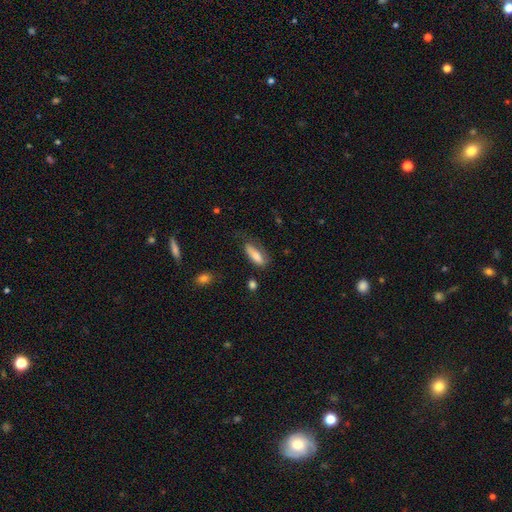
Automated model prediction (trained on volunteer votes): This appears to be a smooth galaxy with no disk features (77%) that is in between round and cigar-shaped (60%). Merging: none (50%).